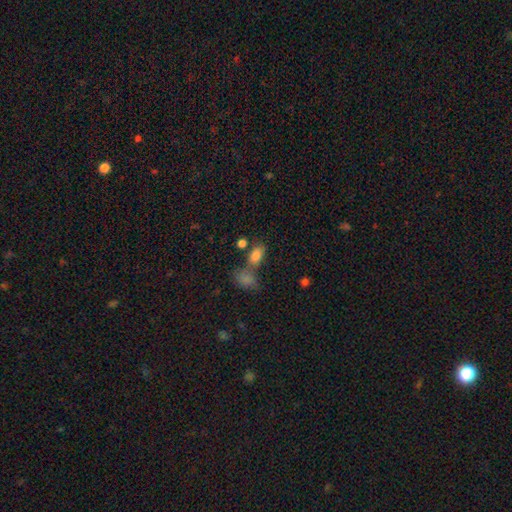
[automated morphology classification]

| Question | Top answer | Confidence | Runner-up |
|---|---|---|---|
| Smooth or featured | smooth | 82% | star or artifact (11%) |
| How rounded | in between | 87% | round (10%) |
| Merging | none | 51% | merger (30%) |